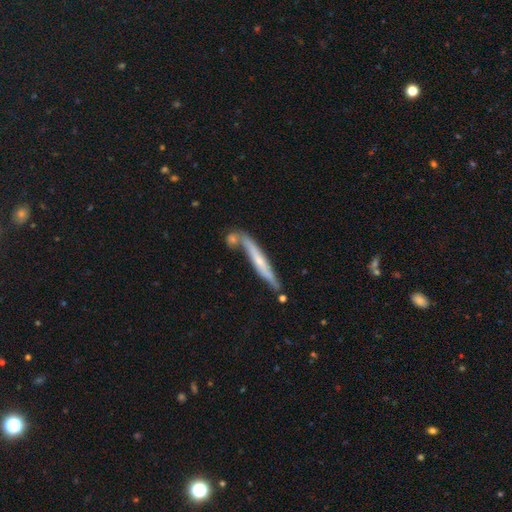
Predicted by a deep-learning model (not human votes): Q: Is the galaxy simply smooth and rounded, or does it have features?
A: featured or disk — 58%.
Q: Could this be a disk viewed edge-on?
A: yes — 91%.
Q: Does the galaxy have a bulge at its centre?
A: rounded — 51%.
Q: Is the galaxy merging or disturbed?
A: none — 65%.